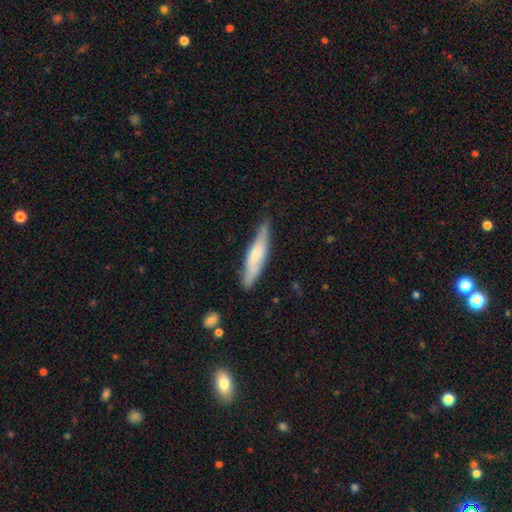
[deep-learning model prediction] Smooth or featured? Predicted: smooth (p=0.58). How rounded? Predicted: cigar-shaped (p=0.83). Merging? Predicted: none (p=0.76).